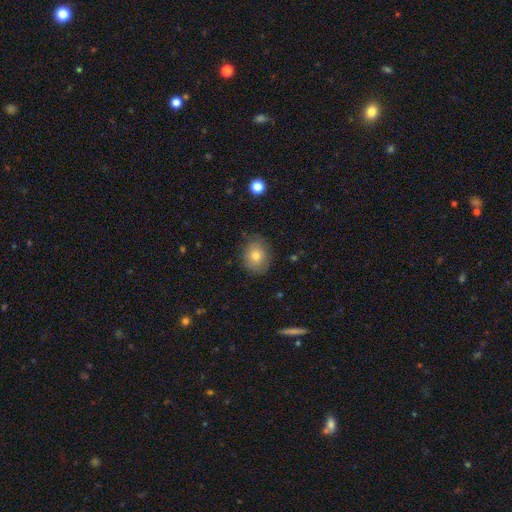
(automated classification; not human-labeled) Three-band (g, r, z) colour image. It shows a smooth galaxy with no disk features (74%) that is round (58%). Merging: none (75%).